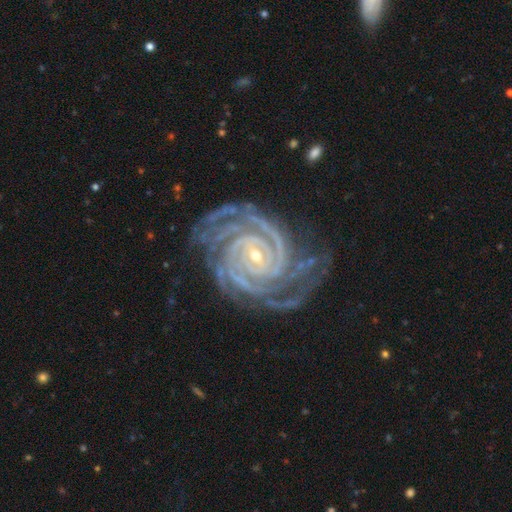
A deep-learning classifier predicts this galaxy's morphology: Smooth or featured: featured or disk — 94% (star or artifact — 4%)
Edge-on disk: no — 98% (yes — 2%)
Bar: no — 51% (weak — 28%)
Spiral arms: yes — 99% (no — 1%)
Spiral winding: tight — 84% (medium — 14%)
Spiral arm count: 4 — 25% (3 — 22%)
Bulge size: small — 73% (moderate — 24%)
Merging: none — 72% (minor disturbance — 18%)